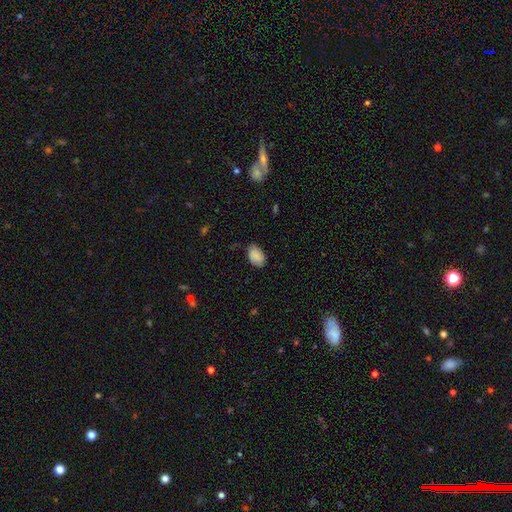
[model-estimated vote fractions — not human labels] smooth_or_featured: smooth (p=0.82) [alt: featured or disk p=0.11]
how_rounded: in between (p=0.90) [alt: round p=0.09]
merging: none (p=0.71) [alt: minor disturbance p=0.23]